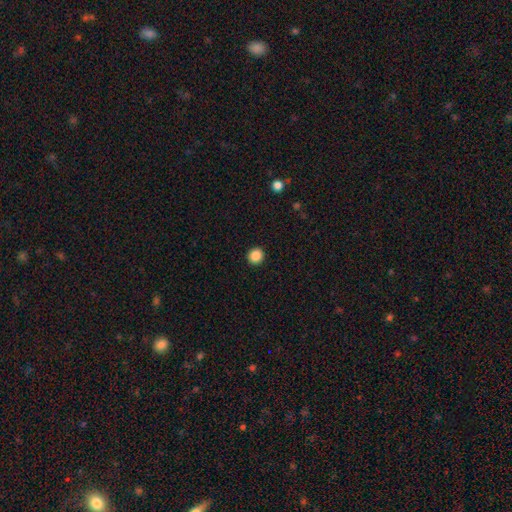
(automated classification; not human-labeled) Morphology: type=smooth (88%); roundness=round (92%); merging=none (93%).